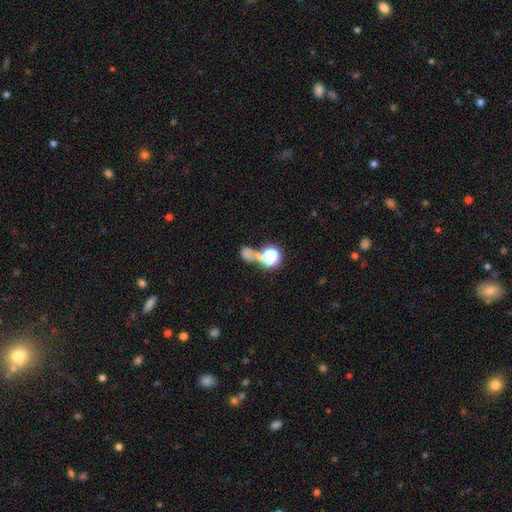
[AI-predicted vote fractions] The model was most divided on "merging": none: 41%, merger: 38%, major disturbance: 11%, minor disturbance: 10%. Remaining: smooth or featured — smooth (45%).